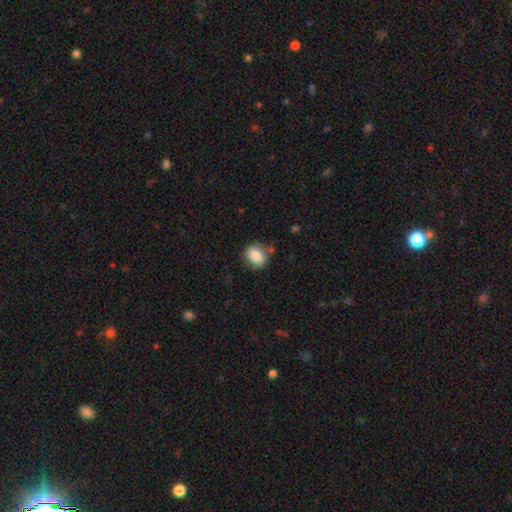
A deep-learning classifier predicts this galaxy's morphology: Smooth or featured: smooth — 83% (featured or disk — 9%)
How rounded: round — 56% (in between — 43%)
Merging: none — 74% (minor disturbance — 16%)